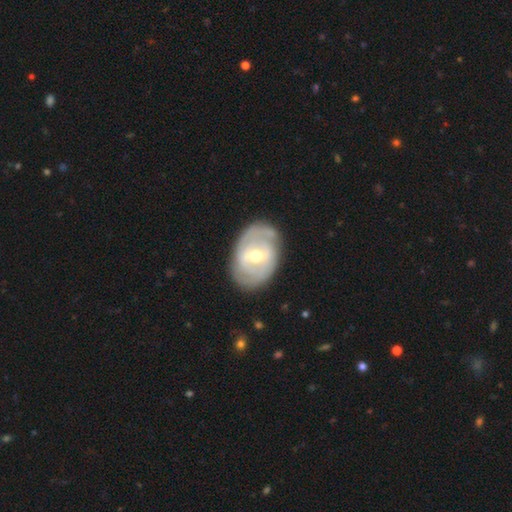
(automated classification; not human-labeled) Smooth or featured? featured or disk (76%)
Edge-on disk? no (95%)
Bar? weak (49%)
Spiral arms? yes (78%)
Spiral winding? tight (58%)
Spiral arm count? 2 (55%)
Bulge size? moderate (64%)
Merging? none (79%)